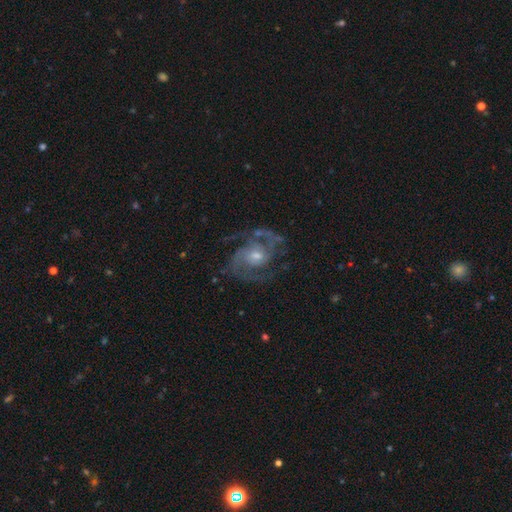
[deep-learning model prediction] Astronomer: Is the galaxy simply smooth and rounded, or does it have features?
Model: featured or disk — 90%.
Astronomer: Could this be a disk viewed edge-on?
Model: no — 98%.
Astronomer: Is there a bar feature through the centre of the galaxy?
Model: no — 60%.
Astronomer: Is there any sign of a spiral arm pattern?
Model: yes — 97%.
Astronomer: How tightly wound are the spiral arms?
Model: medium — 56% (runner-up: tight, 31%).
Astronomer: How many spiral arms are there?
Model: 2 — 76%.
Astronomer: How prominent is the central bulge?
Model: moderate — 49% (runner-up: small, 43%).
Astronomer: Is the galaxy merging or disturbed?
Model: none — 72%.